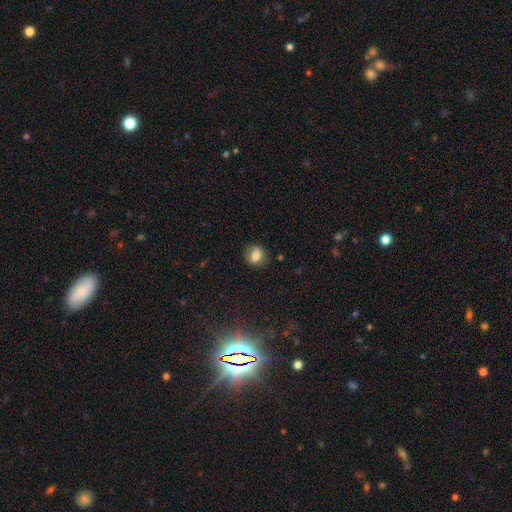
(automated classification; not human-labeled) A smooth galaxy with no disk features (75%) that is round (68%). Merging: none (83%).